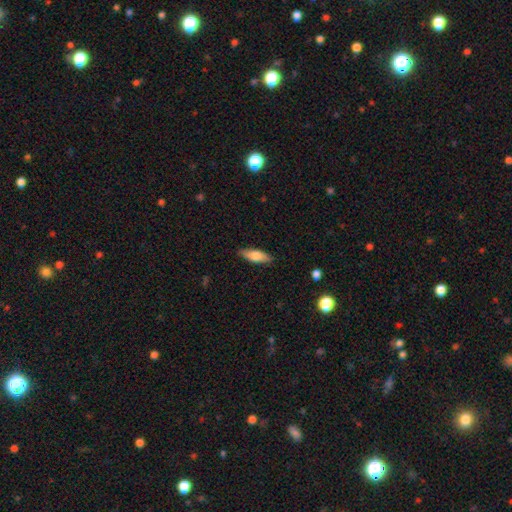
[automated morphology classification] Smooth or featured? Predicted: smooth (p=0.72). How rounded? Predicted: in between (p=0.62). Merging? Predicted: none (p=0.86).